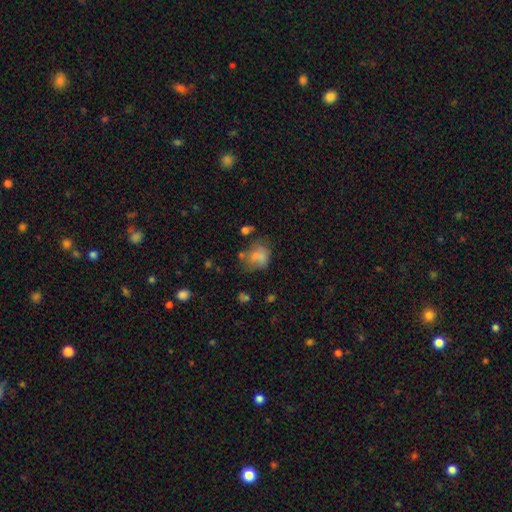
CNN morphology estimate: Q: Smooth or featured?
A: smooth (70%); runner-up: featured or disk (17%)
Q: How rounded?
A: round (51%); runner-up: in between (48%)
Q: Merging?
A: none (43%); runner-up: minor disturbance (25%)